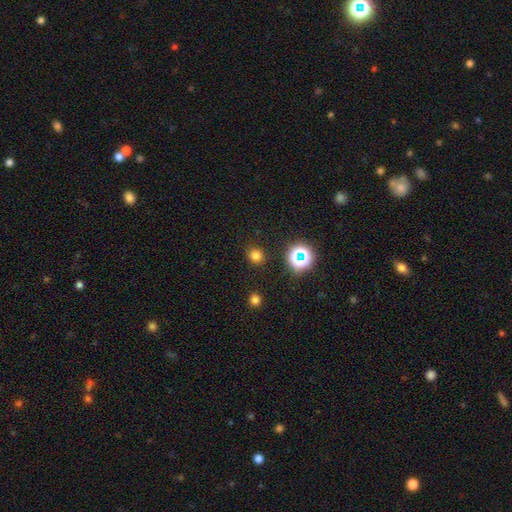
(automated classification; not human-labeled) Smooth or featured? smooth (74%)
How rounded? round (85%)
Merging? none (88%)